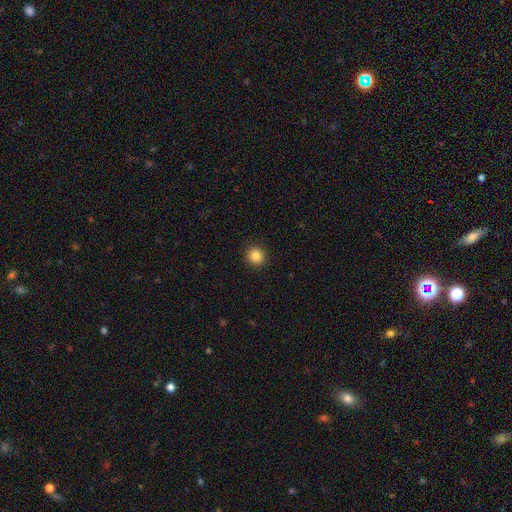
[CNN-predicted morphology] smooth 85%, star or artifact 11%, featured or disk 3%. Down the decision tree: how rounded — round (93%); merging — none (92%).